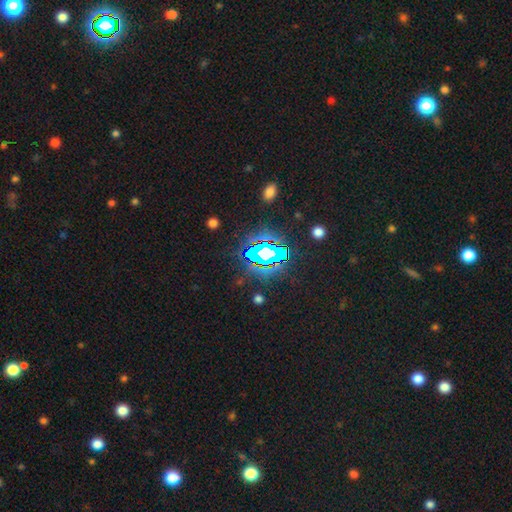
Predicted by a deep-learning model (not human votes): Smooth or featured? star or artifact (78%)